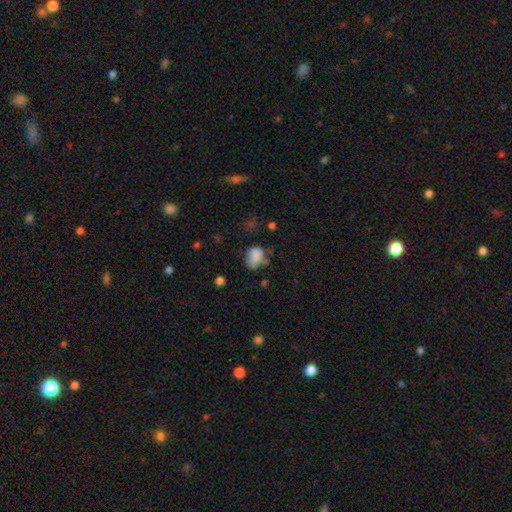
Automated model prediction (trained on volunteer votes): Morphology: type=smooth (81%); roundness=in between (63%); merging=none (43%).